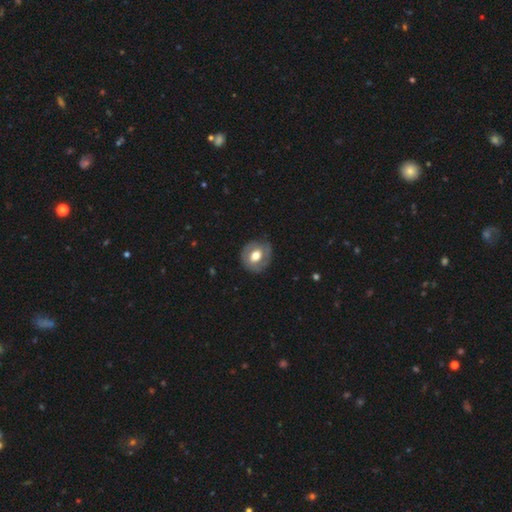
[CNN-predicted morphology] This is possibly a smooth galaxy (48%). Merging: likely none (77%).